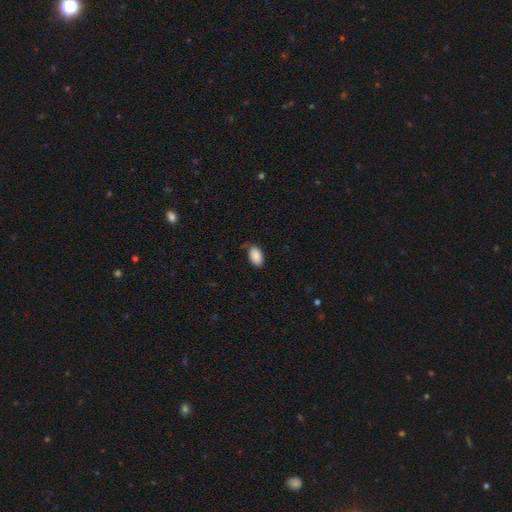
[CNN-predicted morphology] smooth-or-featured: smooth: 89% | star or artifact: 7% | featured or disk: 4%
  how-rounded: in between: 94% | round: 4% | cigar-shaped: 1%
  merging: none: 74% | minor disturbance: 21% | major disturbance: 4% | merger: 1%